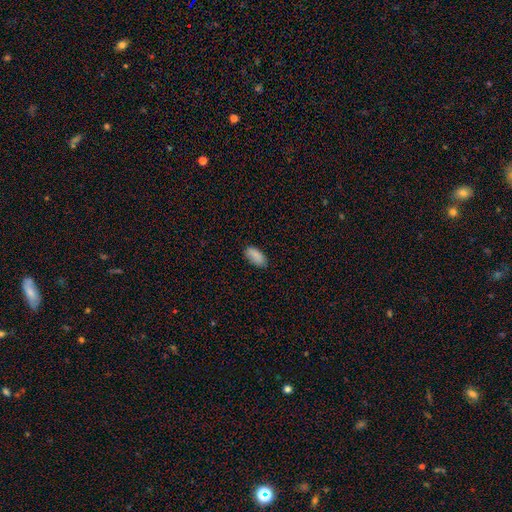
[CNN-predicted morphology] Q: Smooth or featured?
A: smooth (87%); runner-up: star or artifact (8%)
Q: How rounded?
A: in between (91%); runner-up: cigar-shaped (7%)
Q: Merging?
A: none (80%); runner-up: minor disturbance (16%)